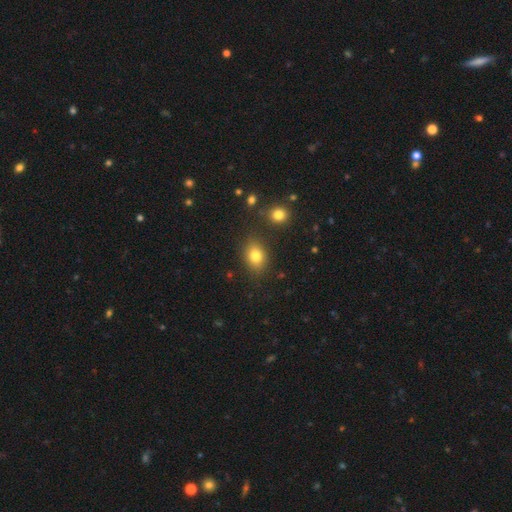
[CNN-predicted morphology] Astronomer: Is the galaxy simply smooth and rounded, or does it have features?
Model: smooth — 80%.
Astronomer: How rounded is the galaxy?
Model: in between — 66%.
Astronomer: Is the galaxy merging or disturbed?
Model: none — 81%.